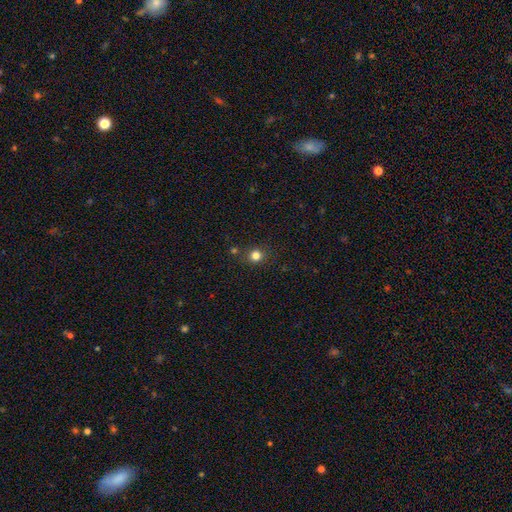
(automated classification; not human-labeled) smooth_or_featured: smooth (p=0.80) [alt: star or artifact p=0.15]
how_rounded: round (p=0.88) [alt: in between p=0.11]
merging: none (p=0.84) [alt: minor disturbance p=0.08]